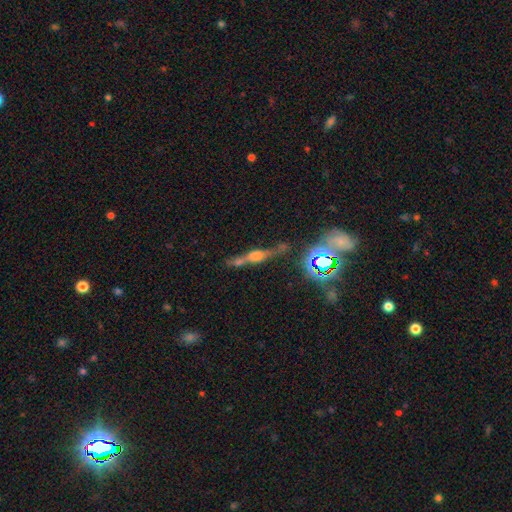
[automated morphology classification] The model was most divided on "smooth or featured": featured or disk: 56%, smooth: 23%, star or artifact: 22%. More confident: edge-on disk — yes (85%); merging — none (56%).